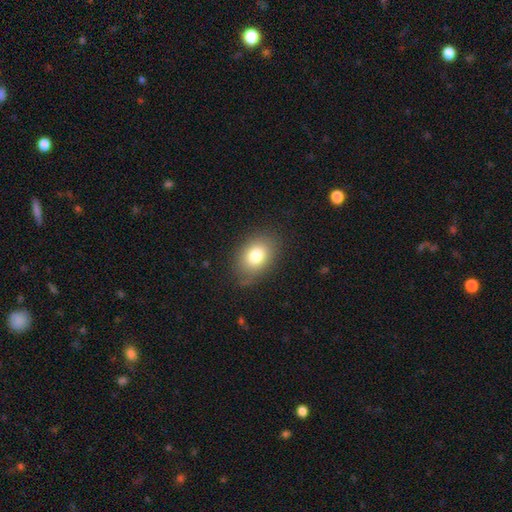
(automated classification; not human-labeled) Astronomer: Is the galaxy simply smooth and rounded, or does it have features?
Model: smooth — 80%.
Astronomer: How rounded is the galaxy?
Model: in between — 76%.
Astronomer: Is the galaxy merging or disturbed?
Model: none — 79%.